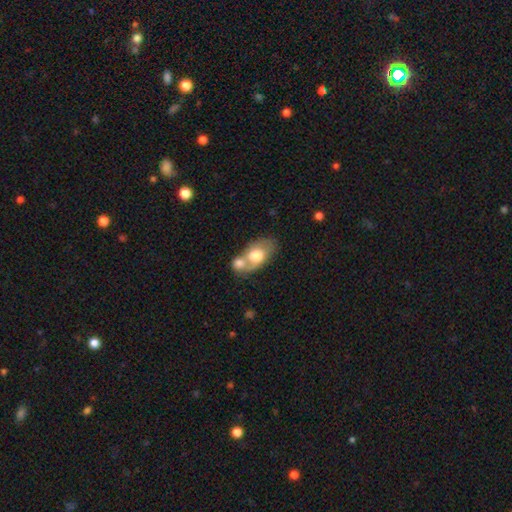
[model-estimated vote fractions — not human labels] Smooth or featured: smooth — 62% (featured or disk — 32%)
How rounded: in between — 84% (round — 14%)
Merging: merger — 58% (none — 24%)